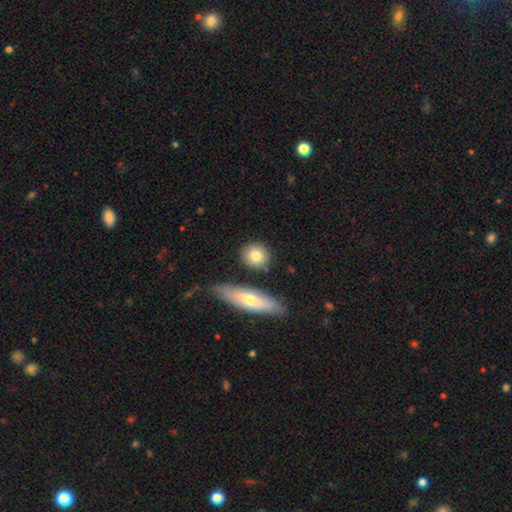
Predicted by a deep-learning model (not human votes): This appears to be a smooth galaxy with no disk features (81%) that is round (79%). Merging: none (79%).